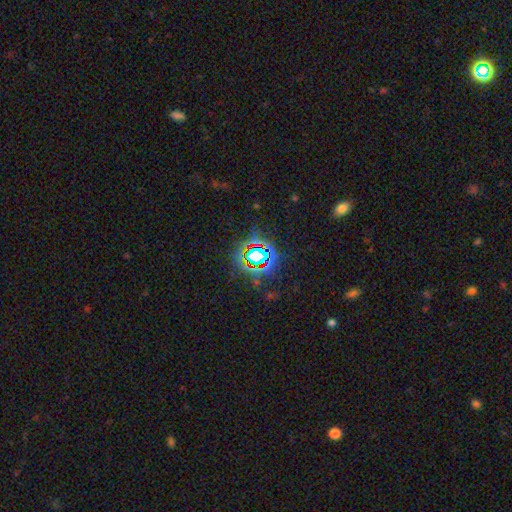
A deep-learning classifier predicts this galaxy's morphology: Smooth or featured?
  - star or artifact: 76% *
  - smooth: 13%
  - featured or disk: 10%